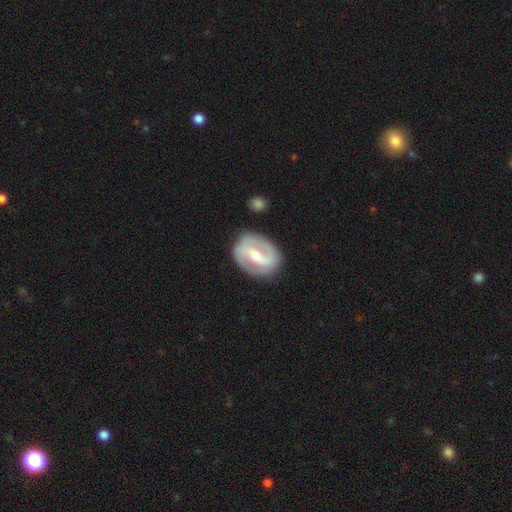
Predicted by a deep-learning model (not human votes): The model was most divided on "spiral winding": medium: 43%, tight: 35%, loose: 22%. More confident: edge-on disk — no (96%); spiral arm count — 2 (87%); spiral arms — yes (84%); merging — none (83%); smooth or featured — featured or disk (81%); bar — strong (56%); bulge size — moderate (53%).